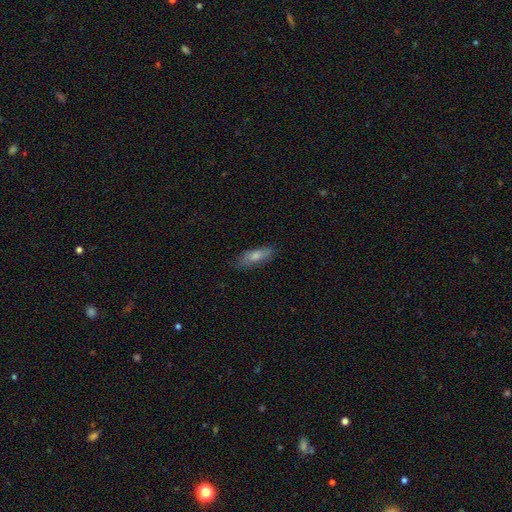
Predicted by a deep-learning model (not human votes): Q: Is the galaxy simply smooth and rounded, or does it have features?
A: smooth — 75%.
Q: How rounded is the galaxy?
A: in between — 56%.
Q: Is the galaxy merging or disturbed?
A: none — 77%.